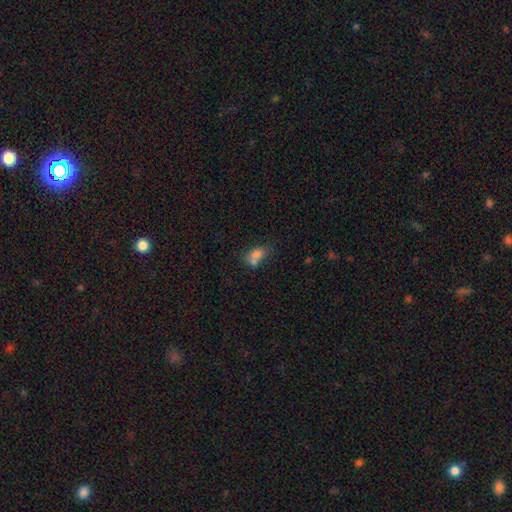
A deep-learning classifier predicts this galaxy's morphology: A smooth galaxy with no disk features (73%) that is in between round and cigar-shaped (71%). Merging: merger (52%).